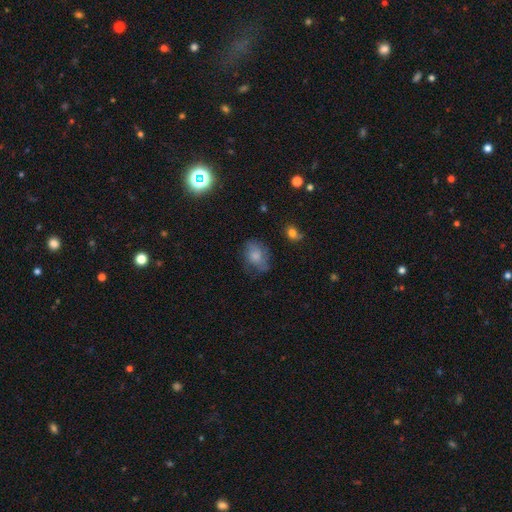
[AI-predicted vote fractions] smooth 66%, featured or disk 23%, star or artifact 10%. Down the decision tree: how rounded — in between (71%); merging — none (54%).